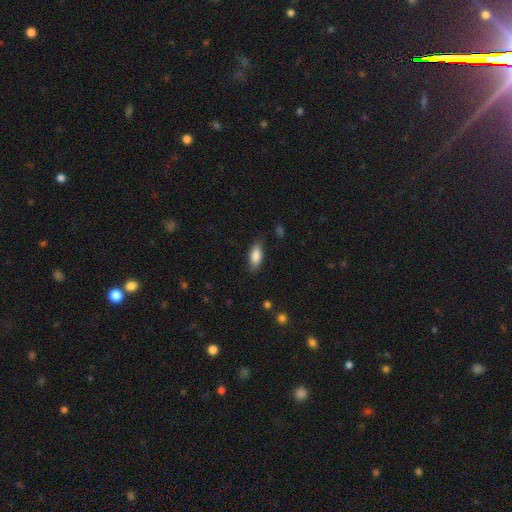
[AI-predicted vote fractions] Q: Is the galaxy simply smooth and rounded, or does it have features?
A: smooth — 86%.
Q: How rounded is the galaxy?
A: in between — 84%.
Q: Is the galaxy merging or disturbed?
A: none — 82%.